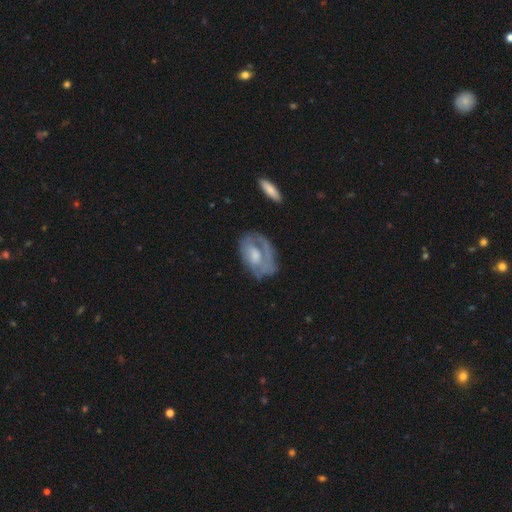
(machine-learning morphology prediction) The model was most divided on "bulge size": moderate: 45%, small: 23%, large: 15%, none: 14%, dominant: 2%. More confident: edge-on disk — no (95%); bar — no (66%); spiral arms — yes (64%); smooth or featured — featured or disk (64%); merging — none (50%).